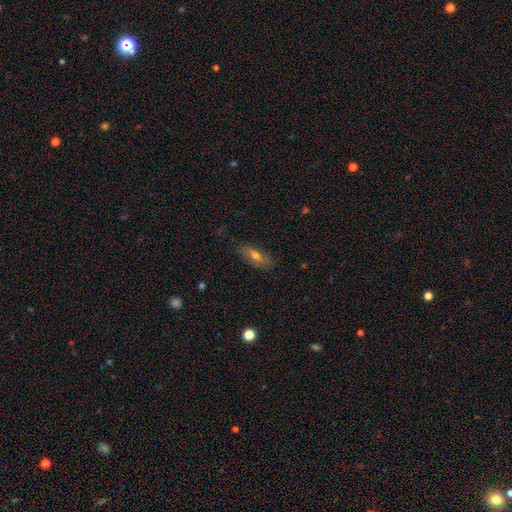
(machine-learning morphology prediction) Smooth or featured? Predicted: smooth (p=0.63). How rounded? Predicted: in between (p=0.70). Merging? Predicted: none (p=0.80).